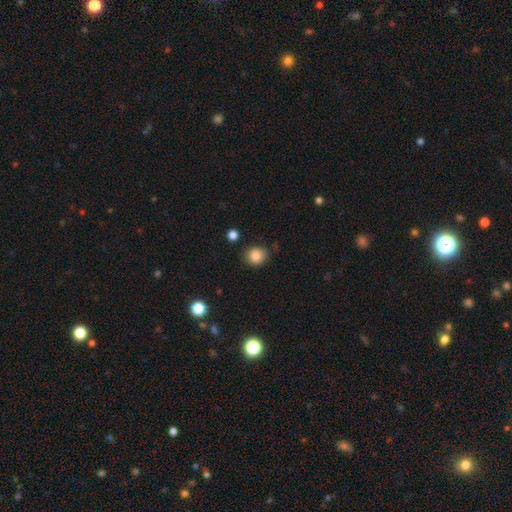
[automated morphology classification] This appears to be a smooth galaxy with no disk features (86%) that is round (82%). Merging: none (83%).